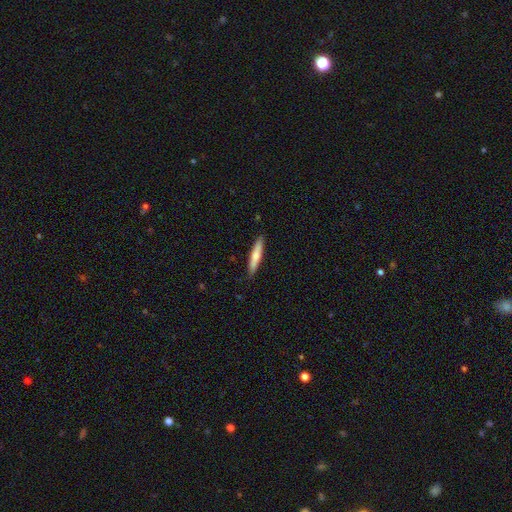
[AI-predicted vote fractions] Q: Smooth or featured?
A: smooth (66%); runner-up: featured or disk (29%)
Q: How rounded?
A: cigar-shaped (91%); runner-up: in between (8%)
Q: Merging?
A: none (90%); runner-up: minor disturbance (7%)